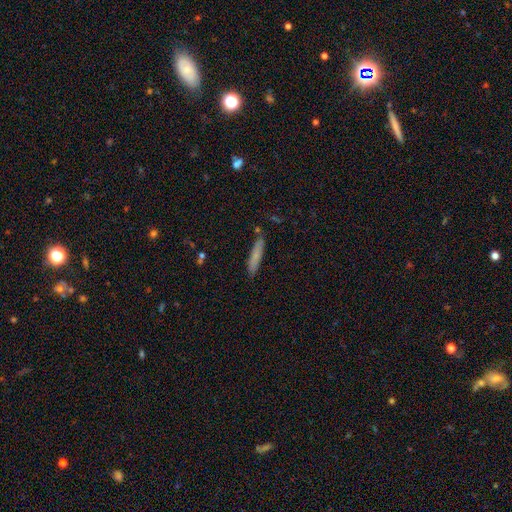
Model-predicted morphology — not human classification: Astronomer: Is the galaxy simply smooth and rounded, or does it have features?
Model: smooth — 75%.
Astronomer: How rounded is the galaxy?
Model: cigar-shaped — 91%.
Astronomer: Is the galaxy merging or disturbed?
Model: none — 83%.